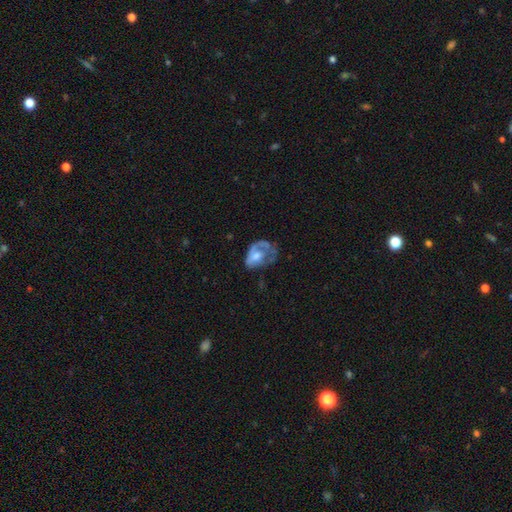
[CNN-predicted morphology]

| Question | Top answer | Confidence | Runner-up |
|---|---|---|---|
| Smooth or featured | featured or disk | 56% | smooth (37%) |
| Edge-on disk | no | 96% | yes (4%) |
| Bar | no | 80% | weak (17%) |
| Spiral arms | no | 54% | yes (46%) |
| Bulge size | moderate | 53% | small (21%) |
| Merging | major disturbance | 43% | none (29%) |